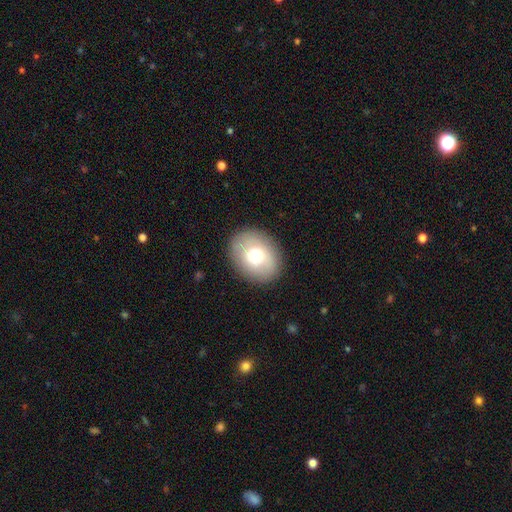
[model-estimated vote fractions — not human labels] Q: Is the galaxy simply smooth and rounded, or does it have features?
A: smooth — 69%.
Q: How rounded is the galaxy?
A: in between — 52%.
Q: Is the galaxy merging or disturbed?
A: none — 88%.